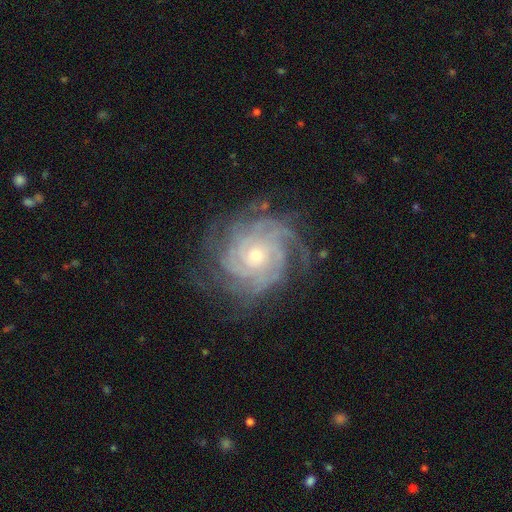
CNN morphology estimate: smooth_or_featured: featured or disk (p=0.89) [alt: star or artifact p=0.06]
disk_edge_on: no (p=0.97) [alt: yes p=0.03]
bar: no (p=0.77) [alt: weak p=0.18]
has_spiral_arms: yes (p=0.98) [alt: no p=0.02]
spiral_winding: tight (p=0.76) [alt: medium p=0.21]
spiral_arm_count: 4 (p=0.25) [alt: can't tell p=0.23]
bulge_size: small (p=0.63) [alt: moderate p=0.34]
merging: none (p=0.76) [alt: minor disturbance p=0.15]